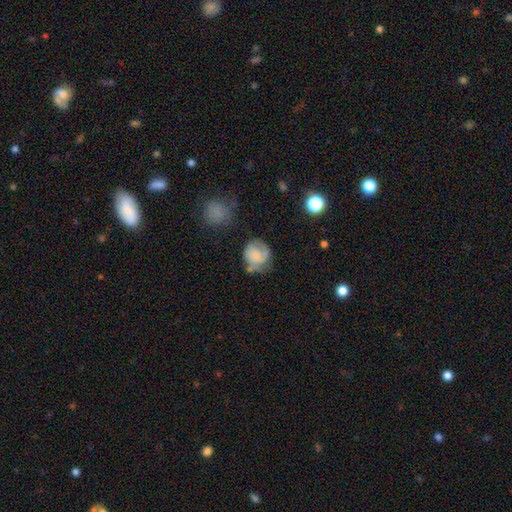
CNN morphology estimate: This appears to be a smooth galaxy with no disk features (54%) that is round (73%). Merging: none (47%).